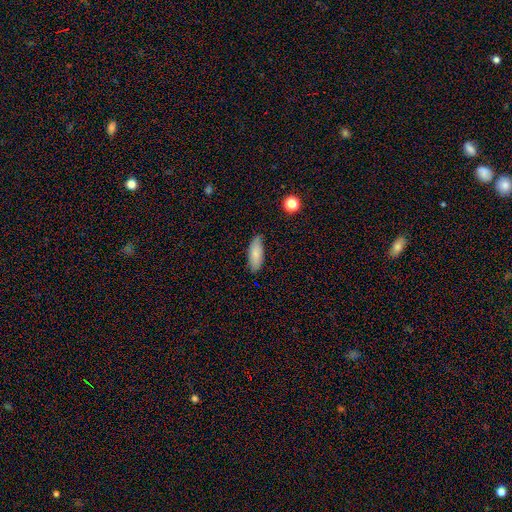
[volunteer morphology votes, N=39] smooth-or-featured: smooth: 92% | star or artifact: 5% | featured or disk: 3%
  how-rounded: in between: 64% | cigar-shaped: 33% | round: 3%
  merging: none: 78% | minor disturbance: 19% | major disturbance: 3% | merger: 0%